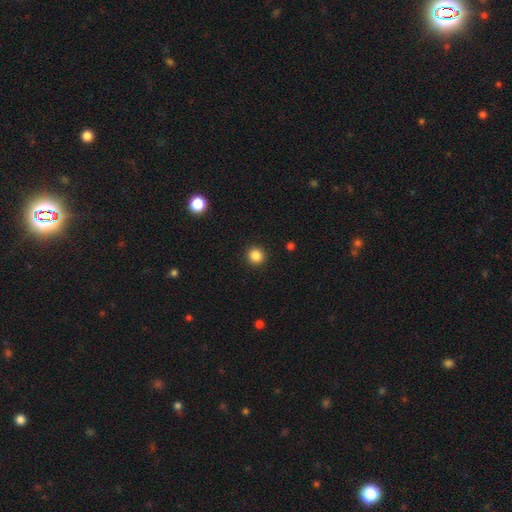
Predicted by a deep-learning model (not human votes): This appears to be a smooth galaxy with no disk features (86%) that is round (94%). Merging: none (93%).